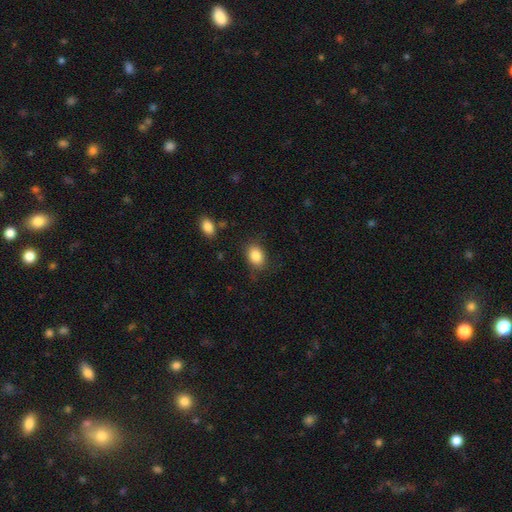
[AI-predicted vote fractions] Morphology: type=smooth (86%); roundness=in between (69%); merging=none (78%).